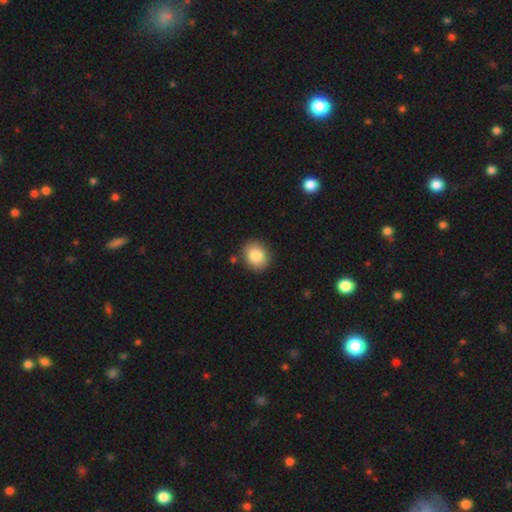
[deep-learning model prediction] This is clearly a smooth galaxy (84%). How rounded: likely round (68%). Merging: clearly none (88%).